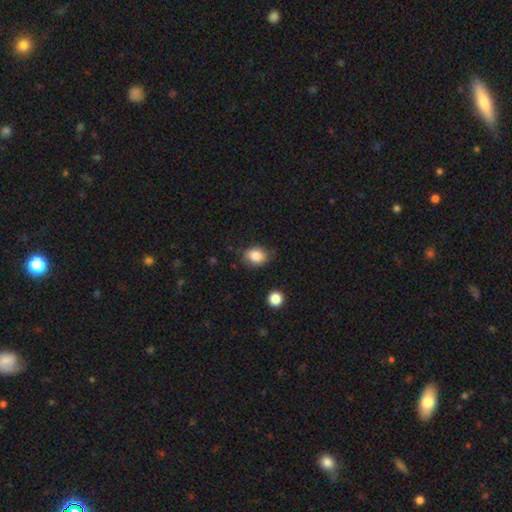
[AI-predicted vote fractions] Overall: smooth (85%). How rounded: in between (51%; round 48%). Merging: none (75%).